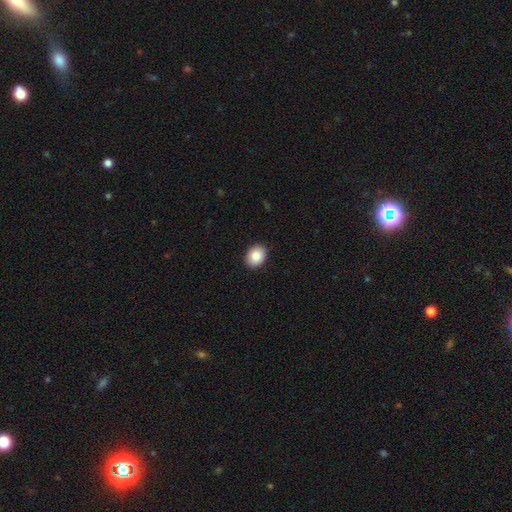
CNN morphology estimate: The model was most divided on "how rounded": in between: 53%, round: 46%, cigar-shaped: 1%. More confident: merging — none (91%); smooth or featured — smooth (85%).